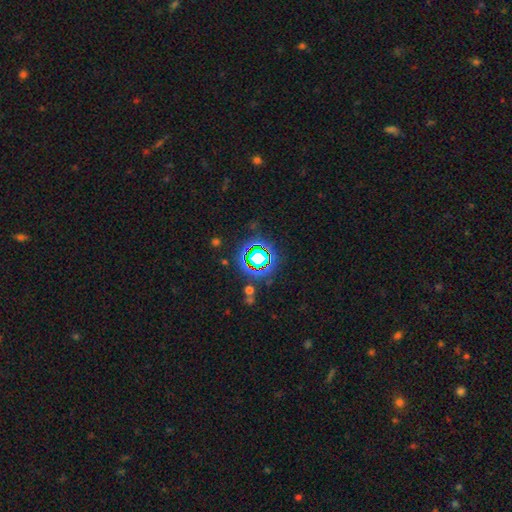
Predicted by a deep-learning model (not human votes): Smooth or featured?
  - star or artifact: 68% *
  - smooth: 19%
  - featured or disk: 13%